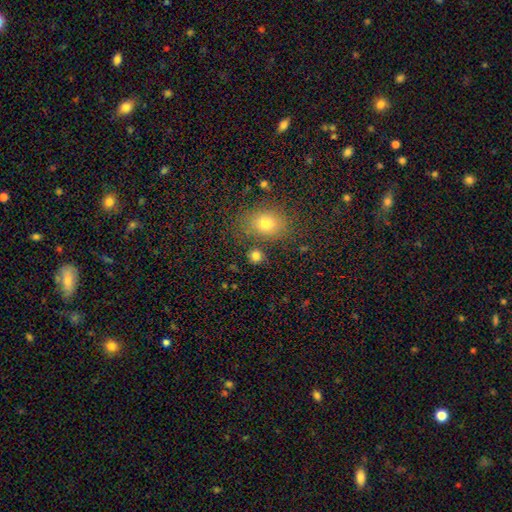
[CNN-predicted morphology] smooth-or-featured: smooth: 80% | star or artifact: 14% | featured or disk: 7%
  how-rounded: round: 78% | in between: 21% | cigar-shaped: 1%
  merging: none: 78% | minor disturbance: 10% | merger: 9% | major disturbance: 4%